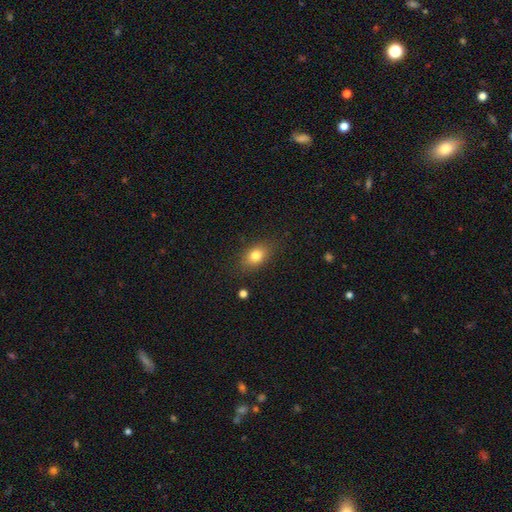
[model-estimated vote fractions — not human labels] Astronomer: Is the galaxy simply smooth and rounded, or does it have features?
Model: smooth — 80%.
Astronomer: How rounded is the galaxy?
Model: in between — 75%.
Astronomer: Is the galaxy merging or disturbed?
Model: none — 83%.